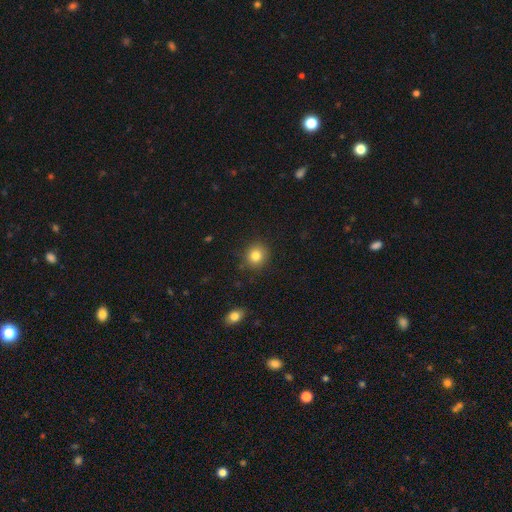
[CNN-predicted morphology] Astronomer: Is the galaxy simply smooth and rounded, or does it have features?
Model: smooth — 82%.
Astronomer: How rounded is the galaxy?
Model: round — 85%.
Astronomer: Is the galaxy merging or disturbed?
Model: none — 87%.